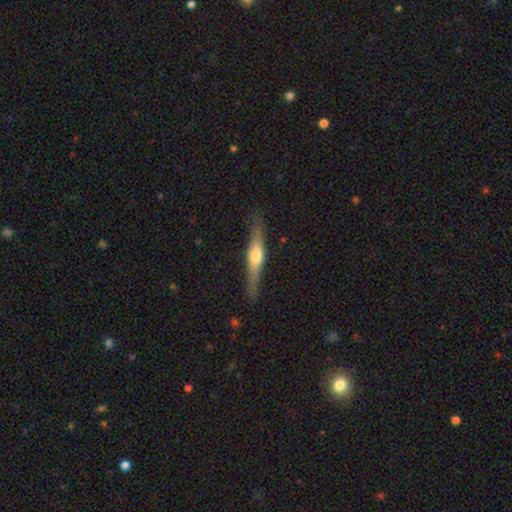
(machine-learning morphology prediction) This appears to be a featured or disk galaxy (60%) viewed edge-on (95%) with a rounded central bulge (86%). Merging: none (86%).